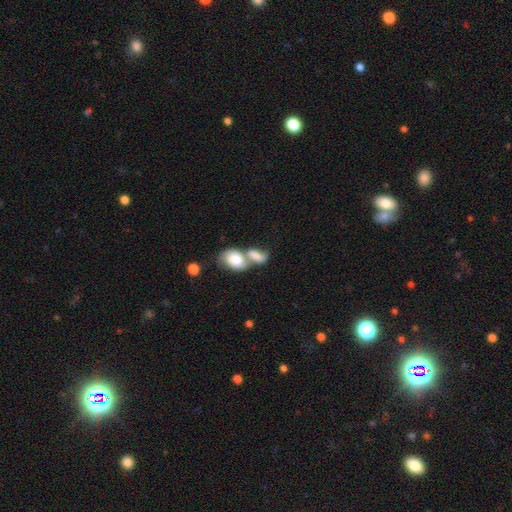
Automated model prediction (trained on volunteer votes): Smooth or featured?
  - smooth: 75% *
  - featured or disk: 19%
  - star or artifact: 7%
How rounded?
  - in between: 85% *
  - round: 12%
  - cigar-shaped: 3%
Merging?
  - merger: 74% *
  - none: 14%
  - minor disturbance: 7%
  - major disturbance: 6%